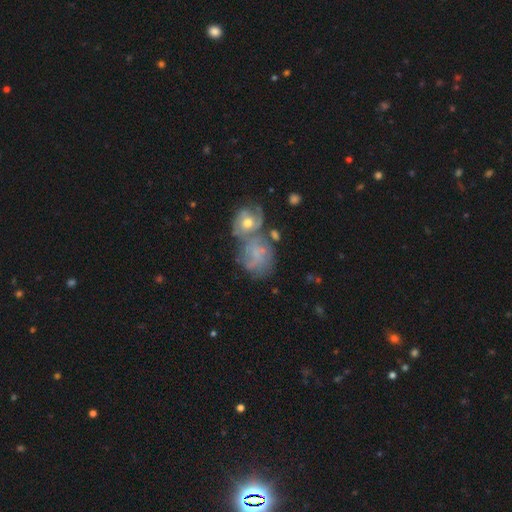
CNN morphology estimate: Q: Smooth or featured?
A: featured or disk (56%); runner-up: smooth (33%)
Q: Edge-on disk?
A: no (97%); runner-up: yes (3%)
Q: Bar?
A: no (72%); runner-up: weak (23%)
Q: Spiral arms?
A: yes (72%); runner-up: no (28%)
Q: Bulge size?
A: small (37%); runner-up: none (29%)
Q: Merging?
A: merger (44%); runner-up: none (28%)